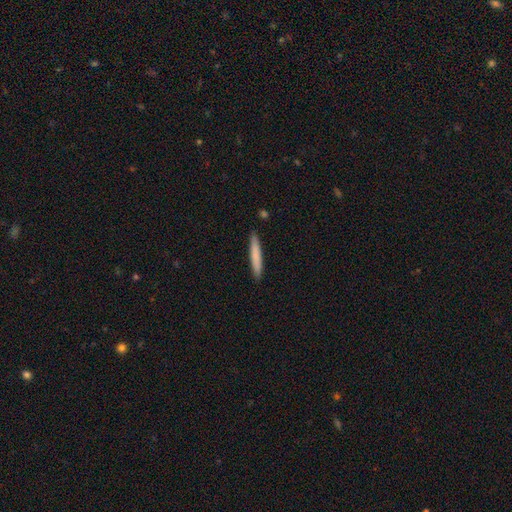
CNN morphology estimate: smooth 77%, featured or disk 17%, star or artifact 5%. Down the decision tree: how rounded — cigar-shaped (95%); merging — none (90%).